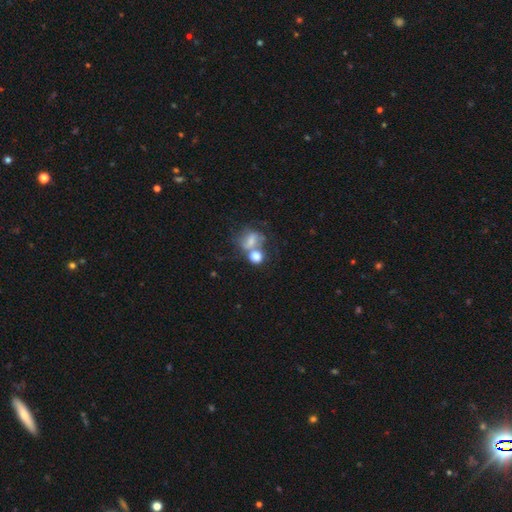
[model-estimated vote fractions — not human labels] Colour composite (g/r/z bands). It shows a smooth galaxy with no disk features (67%) that is round (59%). Merging: merger (54%).